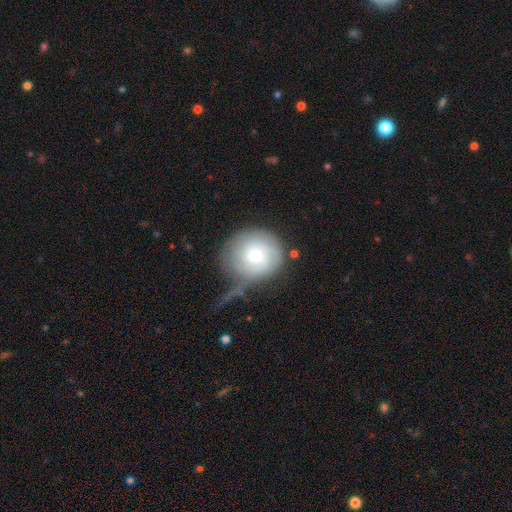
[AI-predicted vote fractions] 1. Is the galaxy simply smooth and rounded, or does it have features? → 55% featured or disk, 38% smooth, 7% star or artifact.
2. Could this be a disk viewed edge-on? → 97% no, 3% yes.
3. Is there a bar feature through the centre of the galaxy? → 70% no, 26% weak, 4% strong.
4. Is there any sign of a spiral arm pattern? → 81% yes, 19% no.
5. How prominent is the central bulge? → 61% moderate, 27% small, 9% large, 2% none, 2% dominant.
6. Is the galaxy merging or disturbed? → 50% none, 24% minor disturbance, 19% major disturbance, 8% merger.